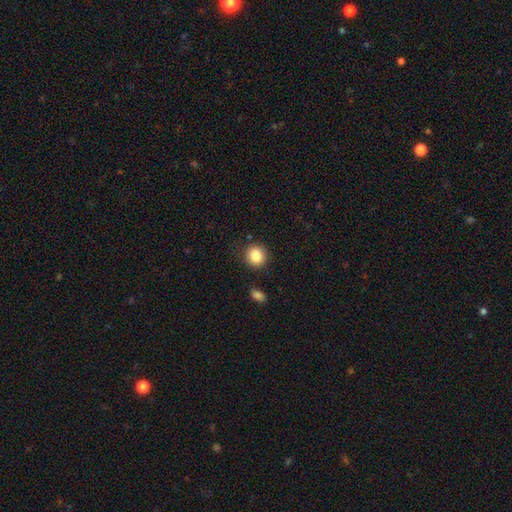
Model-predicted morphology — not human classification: A smooth galaxy with no disk features (86%) that is round (78%). Merging: none (87%).